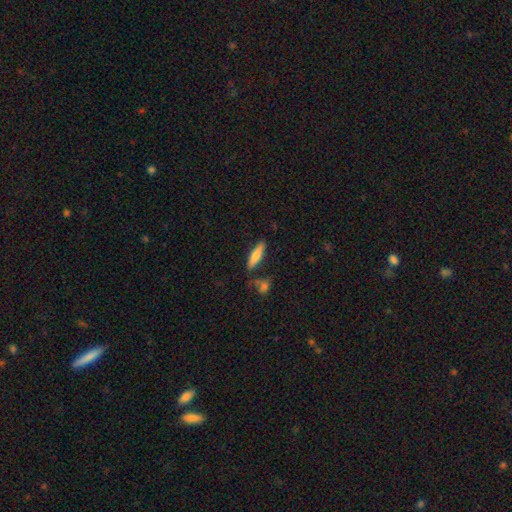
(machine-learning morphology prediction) Smooth or featured?
  - smooth: 72% *
  - featured or disk: 22%
  - star or artifact: 6%
How rounded?
  - cigar-shaped: 73% *
  - in between: 26%
  - round: 2%
Merging?
  - none: 78% *
  - minor disturbance: 13%
  - merger: 6%
  - major disturbance: 3%